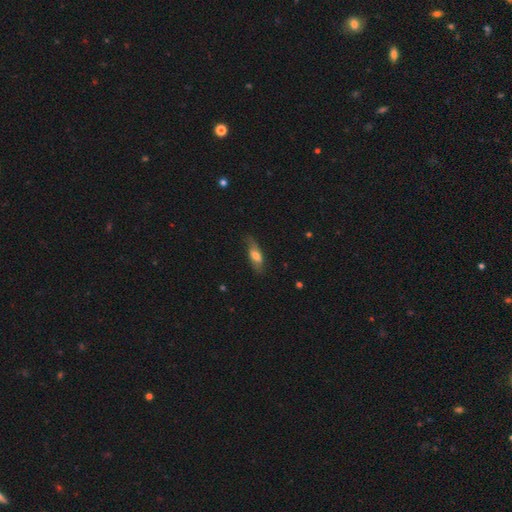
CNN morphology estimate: A smooth galaxy with no disk features (62%) that is in between round and cigar-shaped (61%). Merging: none (68%).